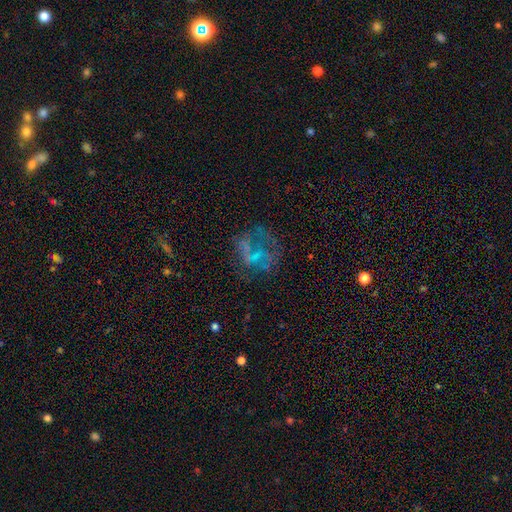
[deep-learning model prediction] featured or disk 47%, smooth 29%, star or artifact 24%. Down the decision tree: merging — none (44%).